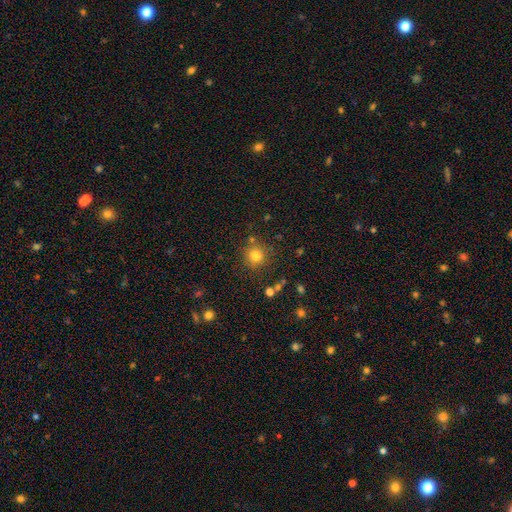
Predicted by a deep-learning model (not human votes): A smooth galaxy with no disk features (79%) that is round (91%). Merging: none (79%).